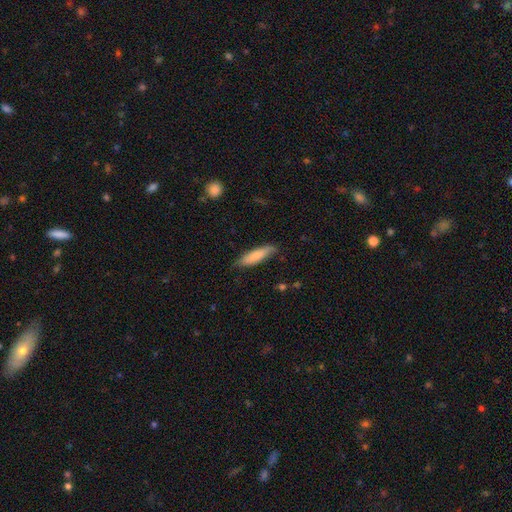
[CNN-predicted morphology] type=smooth (79%); roundness=cigar-shaped (67%); merging=none (77%).